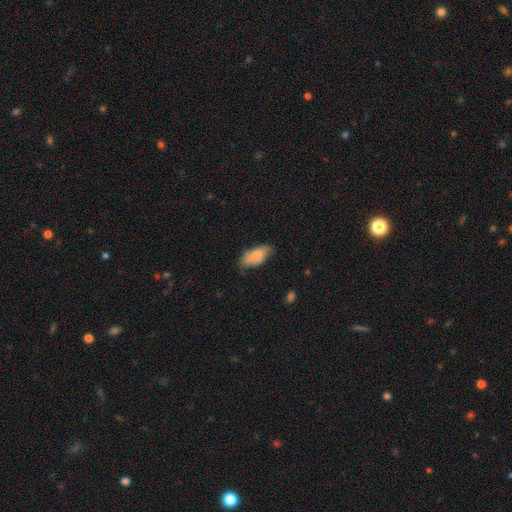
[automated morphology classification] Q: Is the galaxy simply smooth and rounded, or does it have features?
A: smooth — 79%.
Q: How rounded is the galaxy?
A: in between — 88%.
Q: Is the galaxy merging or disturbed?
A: none — 57%.